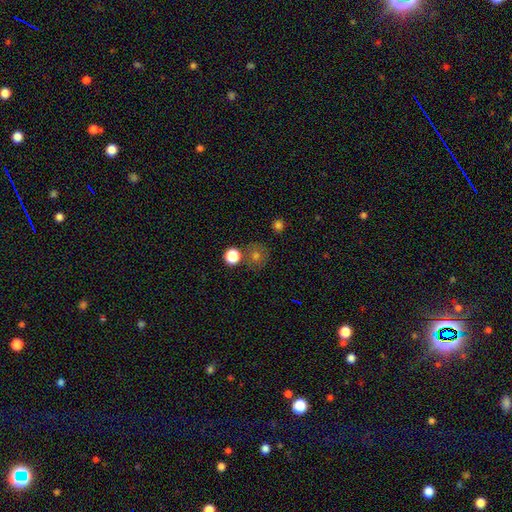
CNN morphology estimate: This appears to be a smooth galaxy with no disk features (59%) that is round (87%). Merging: none (73%).